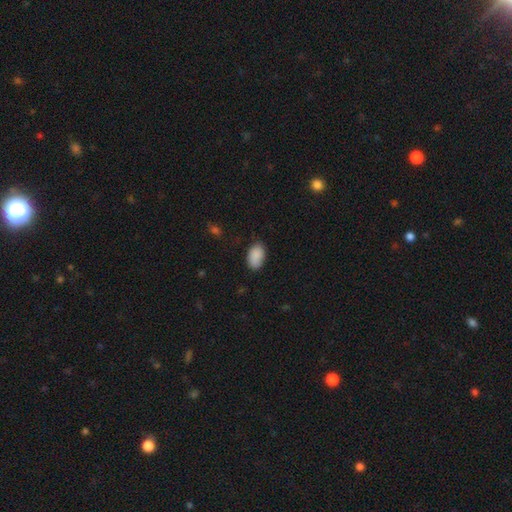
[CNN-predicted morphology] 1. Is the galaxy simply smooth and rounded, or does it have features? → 90% smooth, 7% star or artifact, 3% featured or disk.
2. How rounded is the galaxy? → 92% in between, 7% round, 1% cigar-shaped.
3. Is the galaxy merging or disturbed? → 80% none, 15% minor disturbance, 3% major disturbance, 1% merger.